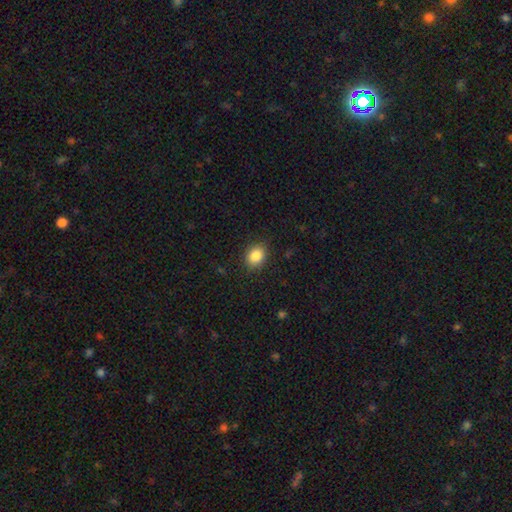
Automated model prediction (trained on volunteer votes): Overall: smooth (86%). How rounded: in between (50%; round 49%). Merging: none (87%).